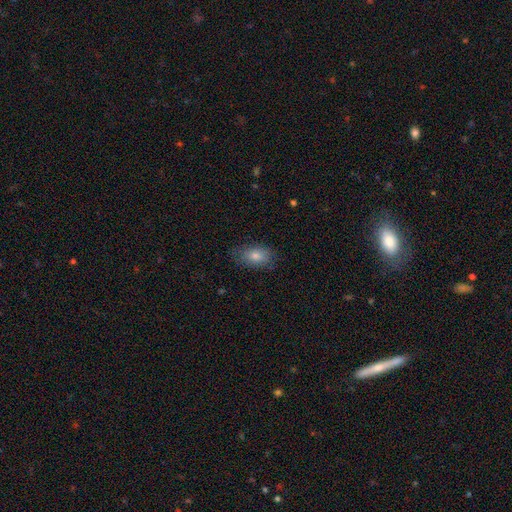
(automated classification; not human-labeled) Morphology: type=smooth (76%); roundness=in between (87%); merging=none (80%).